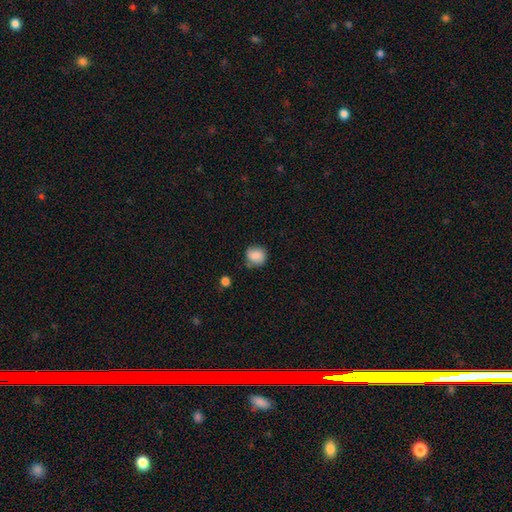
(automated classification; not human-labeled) A smooth galaxy with no disk features (84%) that is round (76%). Merging: none (68%).